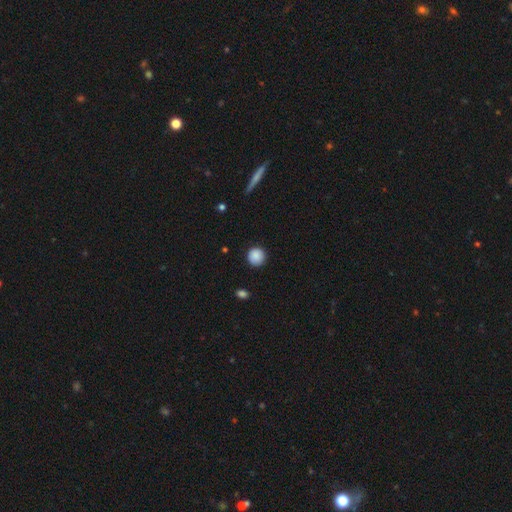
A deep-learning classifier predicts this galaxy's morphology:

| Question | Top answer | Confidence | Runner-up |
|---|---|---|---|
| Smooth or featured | smooth | 89% | star or artifact (8%) |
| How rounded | round | 95% | in between (4%) |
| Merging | none | 91% | minor disturbance (6%) |